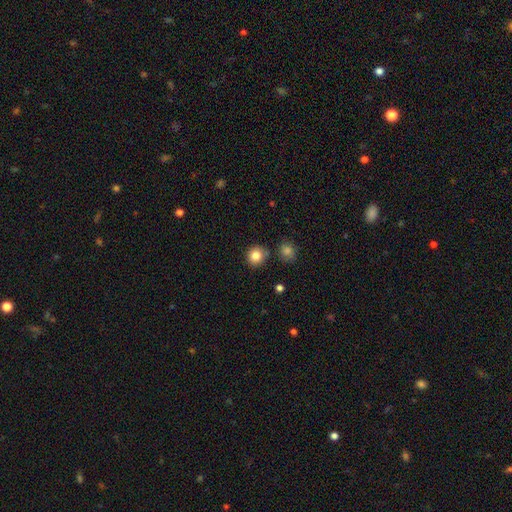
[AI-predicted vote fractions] The model was most divided on "smooth or featured": smooth: 84%, star or artifact: 10%, featured or disk: 6%. More confident: how rounded — round (89%); merging — none (83%).